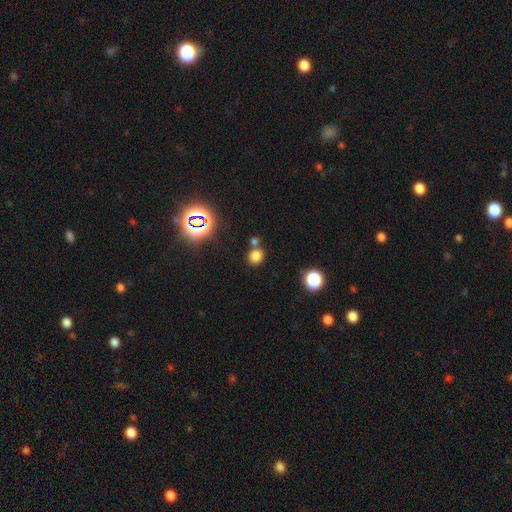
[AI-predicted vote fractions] Q: Smooth or featured?
A: smooth (75%); runner-up: star or artifact (19%)
Q: How rounded?
A: round (78%); runner-up: in between (21%)
Q: Merging?
A: none (67%); runner-up: merger (20%)